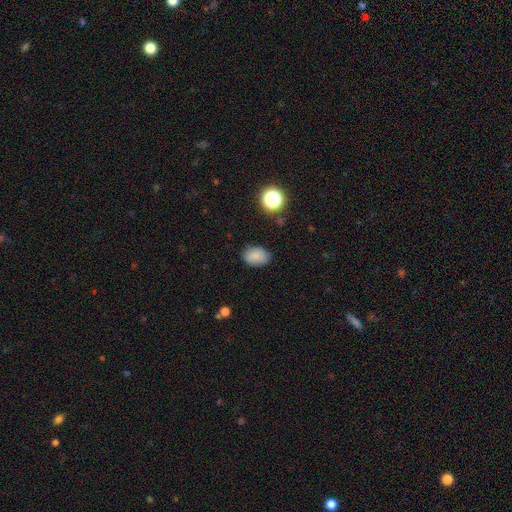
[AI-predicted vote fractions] smooth-or-featured: smooth: 83% | star or artifact: 11% | featured or disk: 6%
  how-rounded: in between: 78% | round: 21% | cigar-shaped: 1%
  merging: none: 79% | minor disturbance: 16% | major disturbance: 4% | merger: 1%